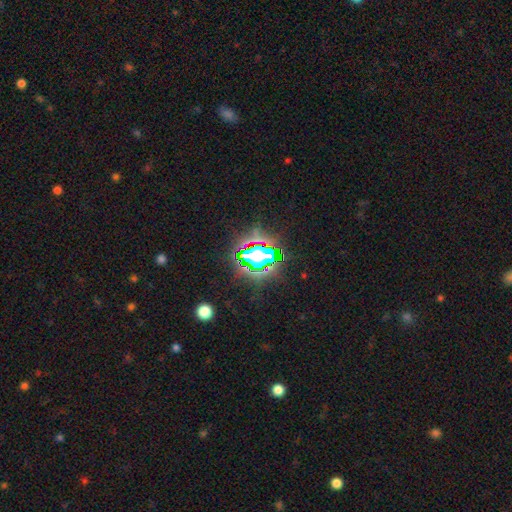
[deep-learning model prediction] The model was most divided on "smooth or featured": star or artifact: 70%, smooth: 18%, featured or disk: 12%.